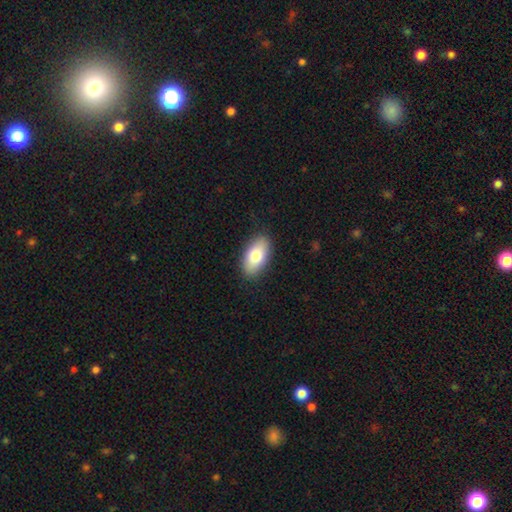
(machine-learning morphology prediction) A smooth galaxy with no disk features (79%) that is in between round and cigar-shaped (93%). Merging: none (89%).